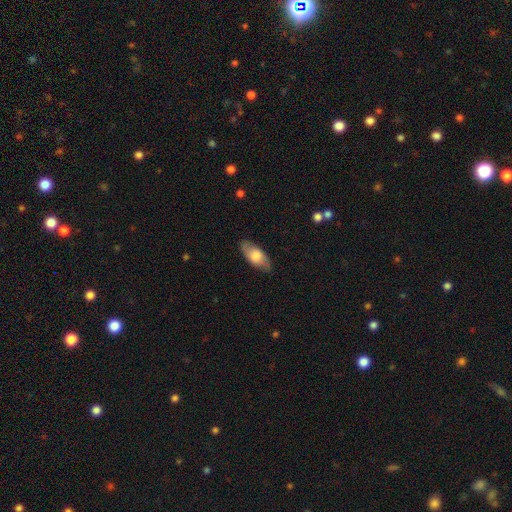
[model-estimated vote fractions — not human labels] Smooth or featured: smooth — 61% (featured or disk — 33%)
How rounded: in between — 87% (cigar-shaped — 10%)
Merging: none — 83% (minor disturbance — 13%)